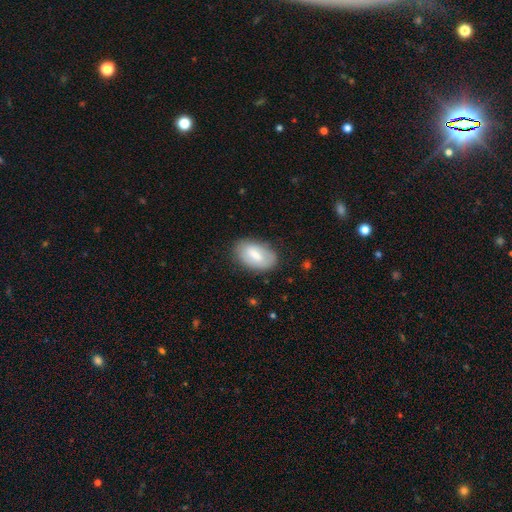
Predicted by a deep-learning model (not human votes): smooth_or_featured: smooth (p=0.70) [alt: featured or disk p=0.23]
how_rounded: in between (p=0.93) [alt: round p=0.05]
merging: none (p=0.78) [alt: minor disturbance p=0.16]